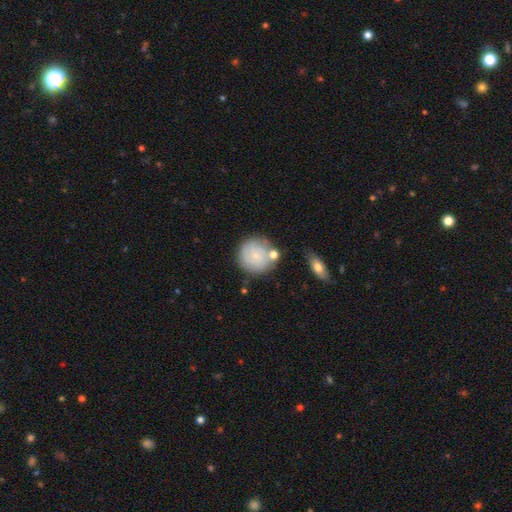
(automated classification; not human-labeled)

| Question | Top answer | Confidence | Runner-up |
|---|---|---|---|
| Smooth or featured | smooth | 62% | featured or disk (31%) |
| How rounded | round | 91% | in between (8%) |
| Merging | none | 65% | minor disturbance (17%) |